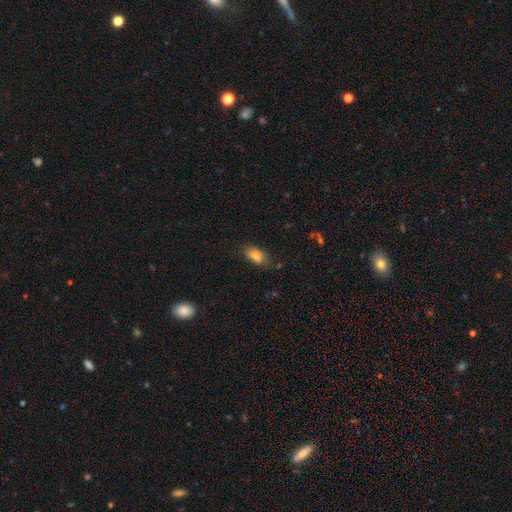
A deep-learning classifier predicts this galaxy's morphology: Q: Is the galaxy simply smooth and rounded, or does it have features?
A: smooth — 80%.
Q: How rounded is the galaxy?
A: in between — 88%.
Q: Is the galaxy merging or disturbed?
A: none — 74%.